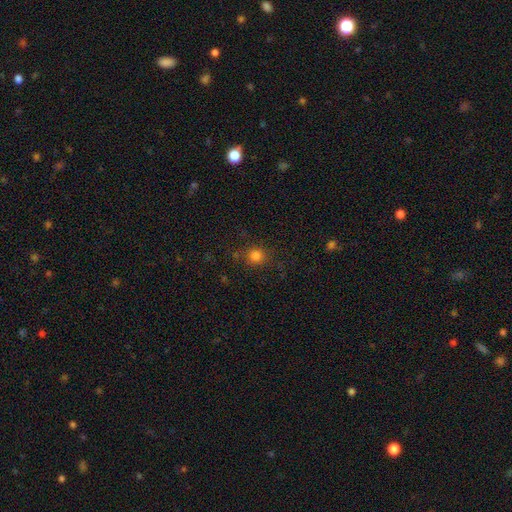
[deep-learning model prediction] A smooth galaxy with no disk features (80%) that is round (89%).

Vote fractions:
- Smooth or featured? smooth: 80% / star or artifact: 15% / featured or disk: 5%
- How rounded? round: 89% / in between: 10% / cigar-shaped: 1%
- Merging? none: 83% / minor disturbance: 10% / major disturbance: 4% / merger: 2%